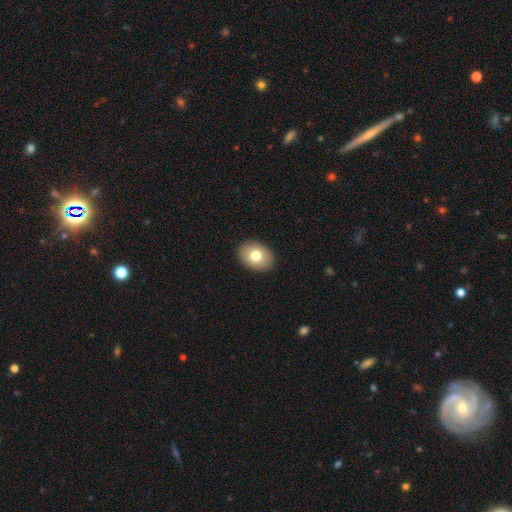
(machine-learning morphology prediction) Smooth or featured: smooth — 77% (featured or disk — 15%)
How rounded: in between — 70% (round — 29%)
Merging: none — 90% (minor disturbance — 7%)